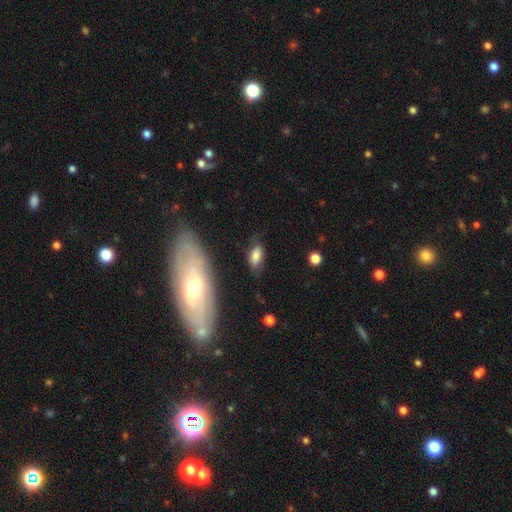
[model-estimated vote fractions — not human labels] Smooth or featured? smooth (76%)
How rounded? in between (87%)
Merging? none (66%)